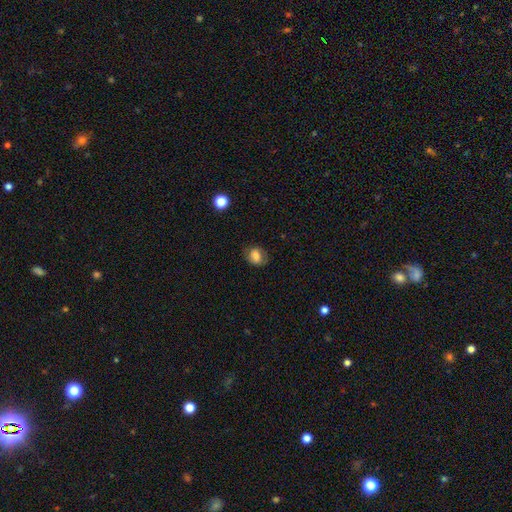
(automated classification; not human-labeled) Q: Smooth or featured?
A: smooth (76%); runner-up: featured or disk (14%)
Q: How rounded?
A: in between (50%); runner-up: round (49%)
Q: Merging?
A: none (78%); runner-up: minor disturbance (16%)